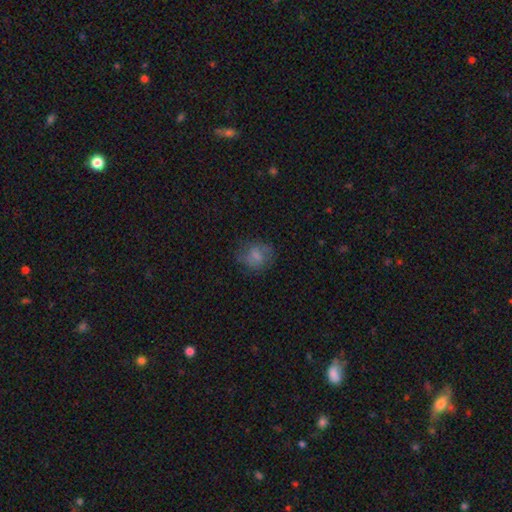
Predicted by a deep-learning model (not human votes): Smooth or featured?
  - smooth: 67% *
  - featured or disk: 22%
  - star or artifact: 11%
How rounded?
  - round: 62% *
  - in between: 37%
  - cigar-shaped: 1%
Merging?
  - none: 63% *
  - minor disturbance: 22%
  - major disturbance: 13%
  - merger: 2%